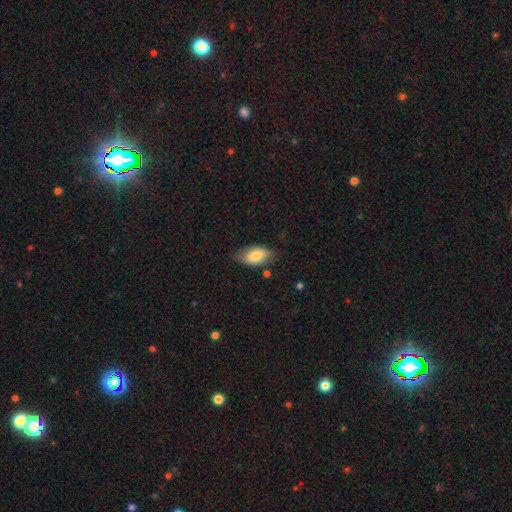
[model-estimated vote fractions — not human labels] Morphology: type=smooth (77%); roundness=in between (92%); merging=none (66%).